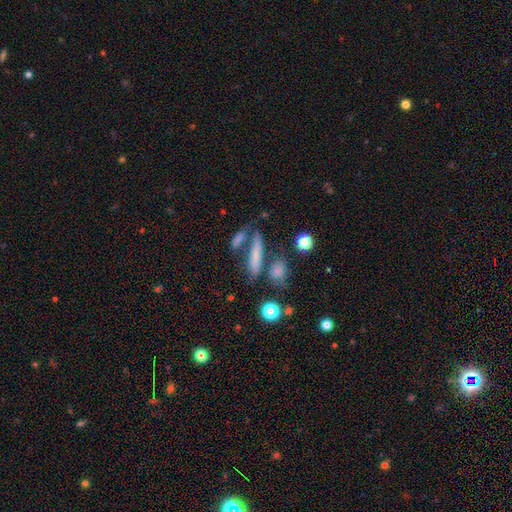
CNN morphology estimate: Smooth or featured?
  - smooth: 54% *
  - featured or disk: 32%
  - star or artifact: 14%
How rounded?
  - cigar-shaped: 77% *
  - in between: 15%
  - round: 7%
Merging?
  - none: 62% *
  - merger: 19%
  - minor disturbance: 13%
  - major disturbance: 6%